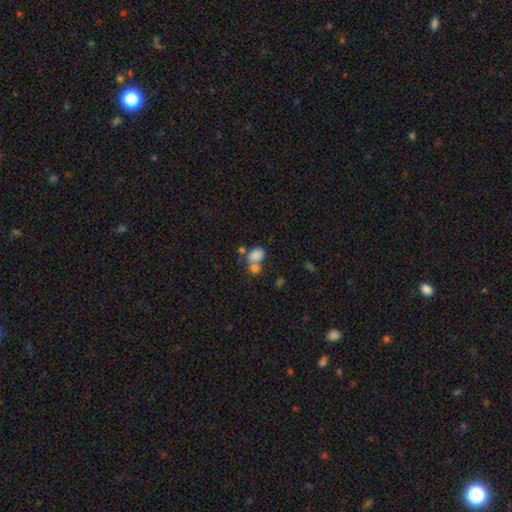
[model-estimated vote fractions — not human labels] Morphology: type=smooth (80%); roundness=in between (74%); merging=merger (51%).